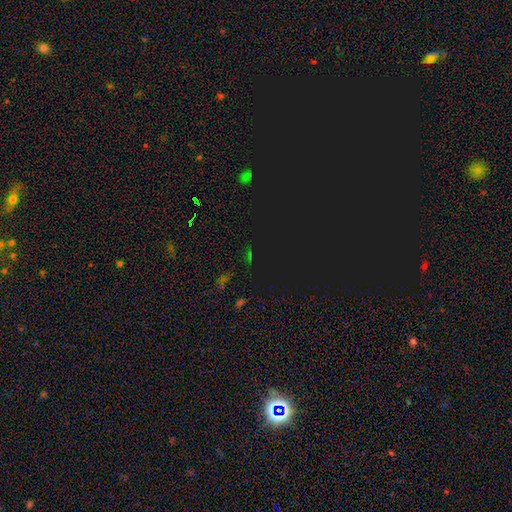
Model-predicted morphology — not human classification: Q: Smooth or featured?
A: star or artifact (78%); runner-up: smooth (14%)